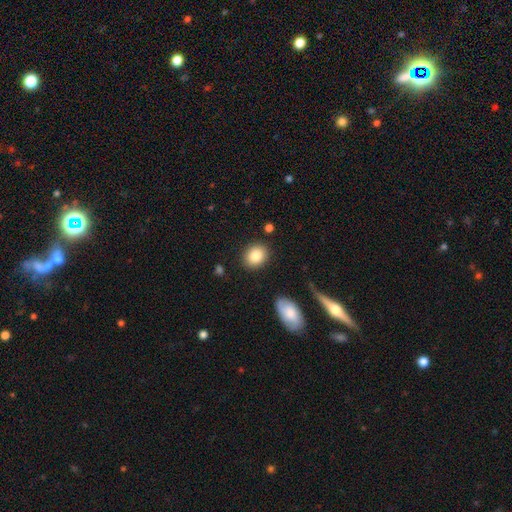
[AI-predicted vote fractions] Overall: smooth (85%). How rounded: round (57%; in between 42%). Merging: none (87%).